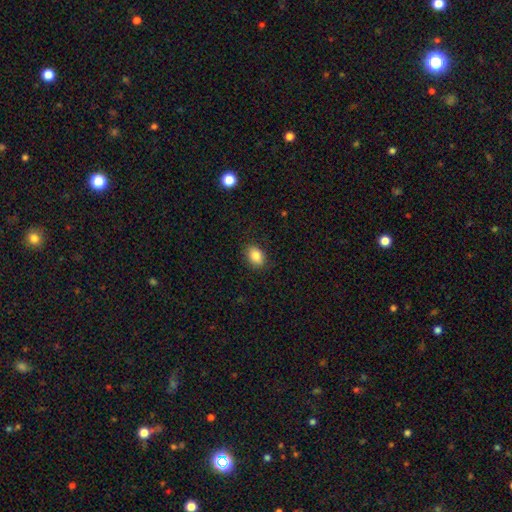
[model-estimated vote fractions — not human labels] smooth_or_featured: smooth (p=0.86) [alt: star or artifact p=0.09]
how_rounded: in between (p=0.75) [alt: round p=0.24]
merging: none (p=0.87) [alt: minor disturbance p=0.10]